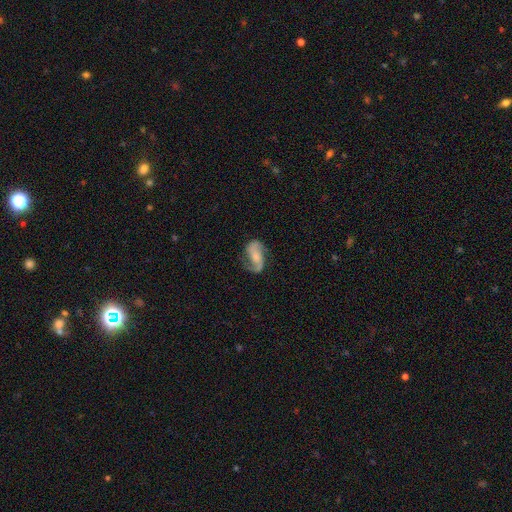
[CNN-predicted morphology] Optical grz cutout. It shows a featured or disk galaxy (77%) with no bar (49%), 2 (85%) loose (48%) spiral arms (94%) and a small central bulge (36%). Merging: none (64%).